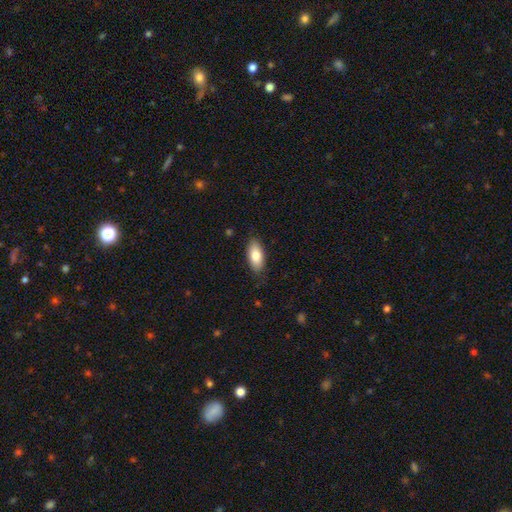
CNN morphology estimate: Smooth or featured? smooth (82%)
How rounded? in between (86%)
Merging? none (85%)